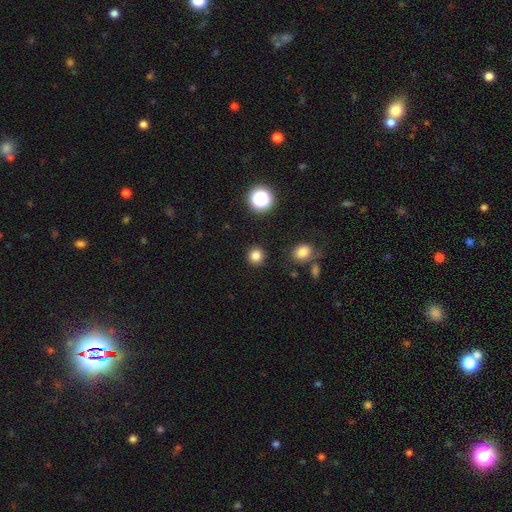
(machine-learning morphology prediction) Overall: smooth (82%). How rounded: round (93%). Merging: none (90%).